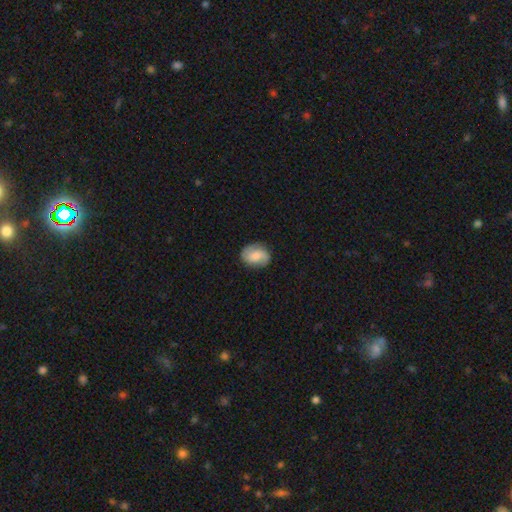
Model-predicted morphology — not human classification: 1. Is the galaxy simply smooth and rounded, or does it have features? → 48% featured or disk, 44% smooth, 8% star or artifact.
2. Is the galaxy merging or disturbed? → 82% none, 13% minor disturbance, 4% major disturbance, 1% merger.